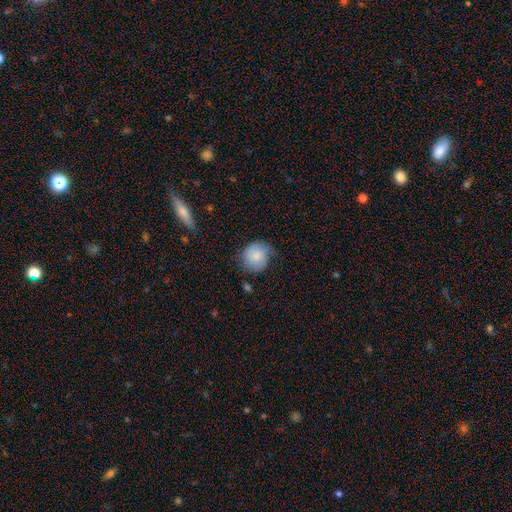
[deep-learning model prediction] Smooth or featured?
  - smooth: 74% *
  - featured or disk: 19%
  - star or artifact: 7%
How rounded?
  - round: 81% *
  - in between: 18%
  - cigar-shaped: 1%
Merging?
  - none: 55% *
  - minor disturbance: 32%
  - major disturbance: 10%
  - merger: 2%